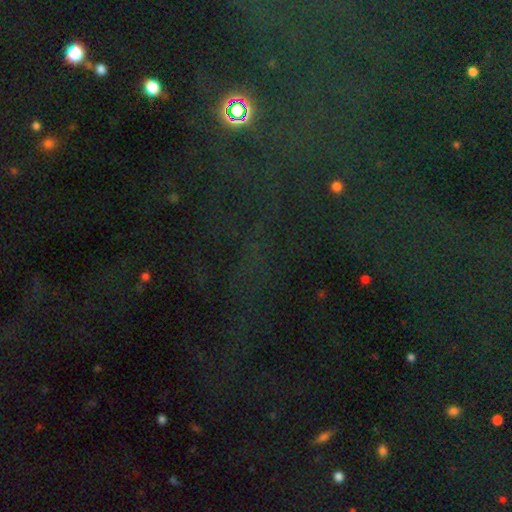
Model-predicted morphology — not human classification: Overall: star or artifact (73%).